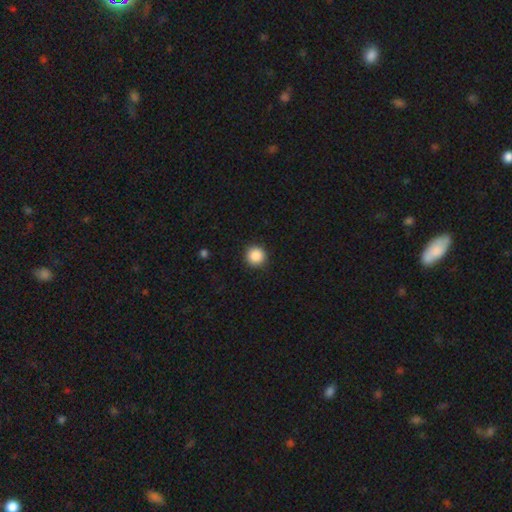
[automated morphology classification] smooth-or-featured: smooth: 88% | star or artifact: 9% | featured or disk: 3%
  how-rounded: round: 95% | in between: 4% | cigar-shaped: 1%
  merging: none: 91% | minor disturbance: 6% | major disturbance: 2% | merger: 1%